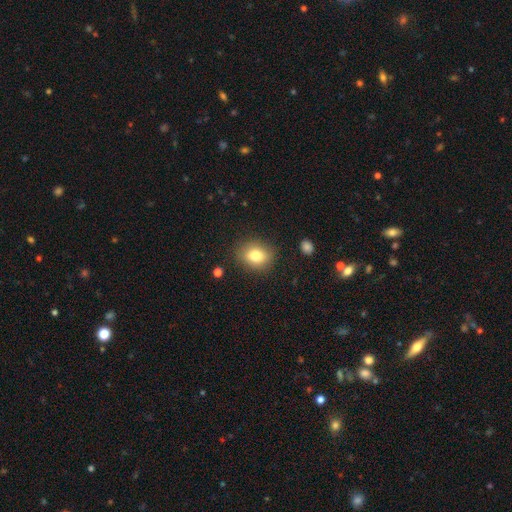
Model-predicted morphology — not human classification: A smooth galaxy with no disk features (80%) that is round (52%). Merging: none (84%).